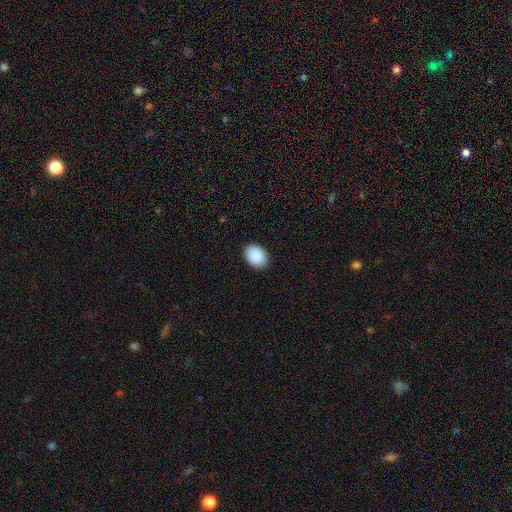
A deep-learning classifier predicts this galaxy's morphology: Smooth or featured? smooth (90%)
How rounded? in between (73%)
Merging? none (88%)